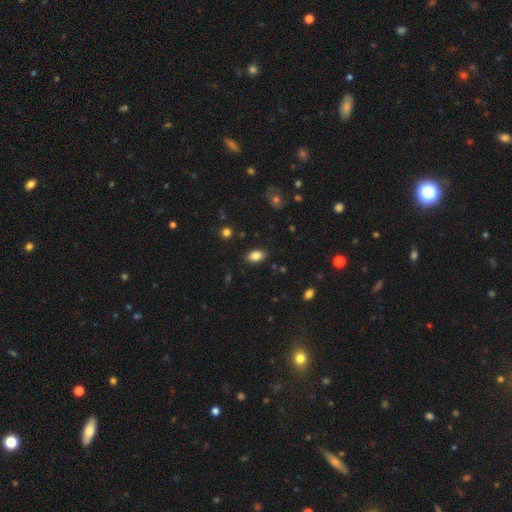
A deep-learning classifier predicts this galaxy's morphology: smooth-or-featured: smooth: 85% | star or artifact: 9% | featured or disk: 6%
  how-rounded: in between: 90% | round: 8% | cigar-shaped: 2%
  merging: none: 86% | minor disturbance: 10% | major disturbance: 2% | merger: 1%